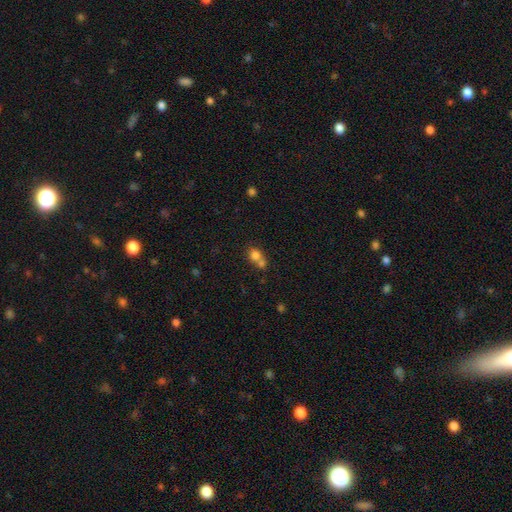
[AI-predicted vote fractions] A smooth galaxy with no disk features (76%) that is round (75%).

Vote fractions:
- Smooth or featured? smooth: 76% / star or artifact: 12% / featured or disk: 12%
- How rounded? round: 75% / in between: 24% / cigar-shaped: 1%
- Merging? merger: 55% / none: 35% / minor disturbance: 7% / major disturbance: 3%